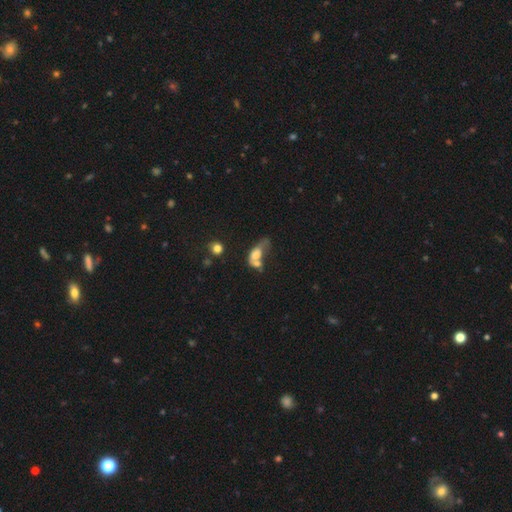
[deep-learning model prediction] Smooth or featured? Predicted: smooth (p=0.58). How rounded? Predicted: in between (p=0.77). Merging? Predicted: merger (p=0.46).